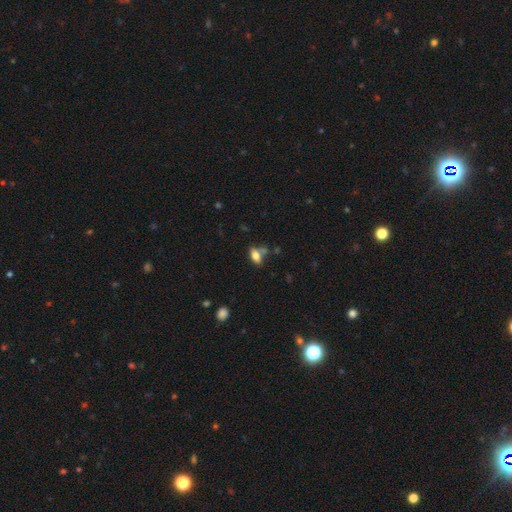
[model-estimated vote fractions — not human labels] Smooth or featured? smooth (75%)
How rounded? in between (87%)
Merging? none (57%)